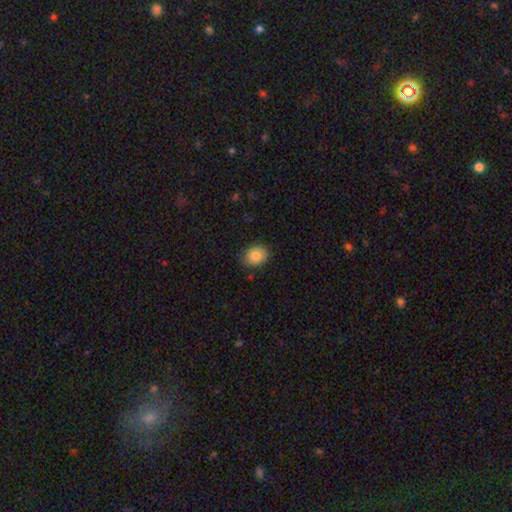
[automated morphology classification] The model was most divided on "how rounded": in between: 55%, round: 44%, cigar-shaped: 1%. More confident: merging — none (87%); smooth or featured — smooth (84%).